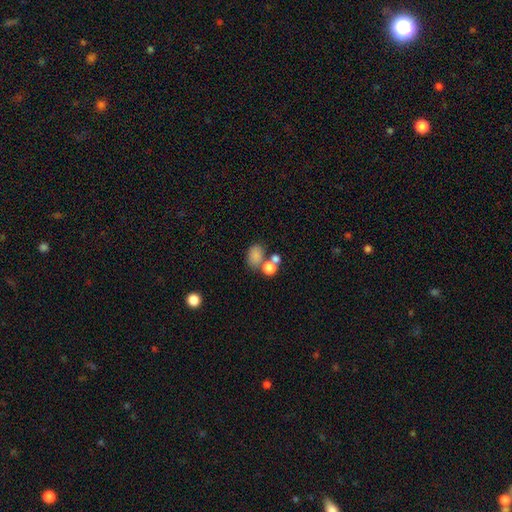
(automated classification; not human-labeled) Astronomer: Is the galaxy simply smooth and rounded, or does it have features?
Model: smooth — 79%.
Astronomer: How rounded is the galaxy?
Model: in between — 61% (runner-up: round, 38%).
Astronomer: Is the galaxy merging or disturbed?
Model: none — 47% (runner-up: merger, 34%).